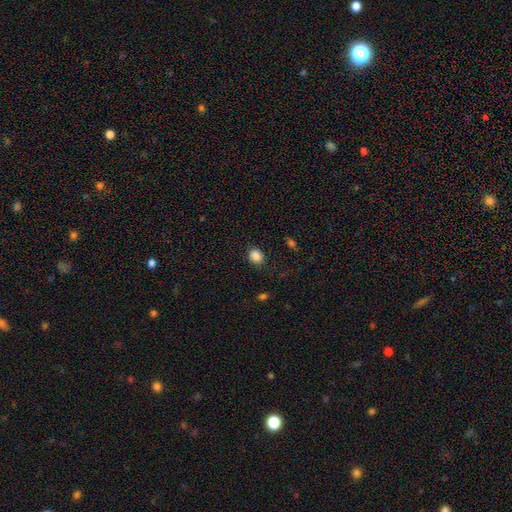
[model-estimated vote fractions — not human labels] Smooth or featured: smooth — 87% (star or artifact — 10%)
How rounded: round — 60% (in between — 39%)
Merging: none — 85% (minor disturbance — 11%)